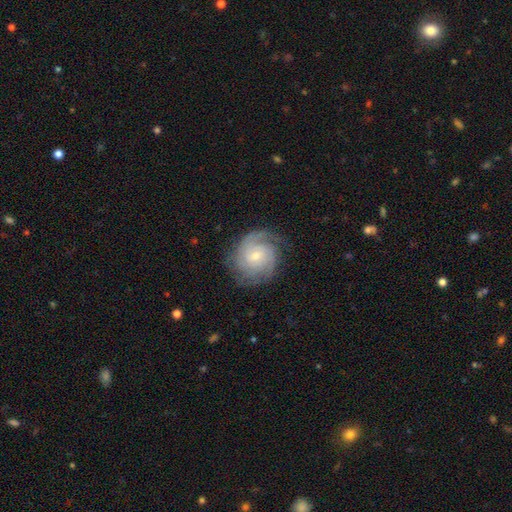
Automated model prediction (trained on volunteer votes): smooth-or-featured: featured or disk: 83% | smooth: 12% | star or artifact: 6%
  disk-edge-on: no: 98% | yes: 2%
    bar: no: 57% | weak: 37% | strong: 5%
    has-spiral-arms: yes: 96% | no: 4%
      spiral-winding: tight: 64% | medium: 29% | loose: 7%
      spiral-arm-count: can't tell: 28% | 2: 26% | 3: 23% | 4: 11% | 1: 6% | more than 4: 6%
    bulge-size: small: 64% | moderate: 31% | none: 2% | large: 2% | dominant: 1%
  merging: none: 76% | minor disturbance: 16% | major disturbance: 7% | merger: 1%